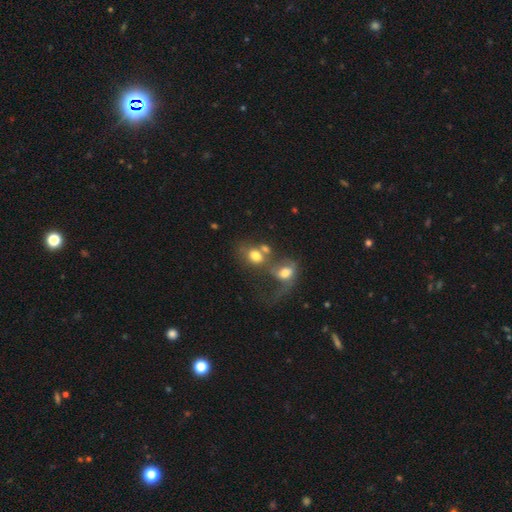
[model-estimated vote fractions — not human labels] smooth 67%, featured or disk 21%, star or artifact 12%. Down the decision tree: how rounded — in between (58%); merging — merger (62%).